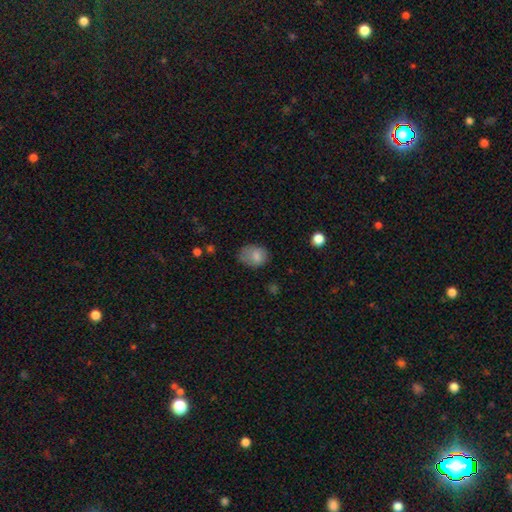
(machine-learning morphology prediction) This appears to be a smooth galaxy with no disk features (81%) that is in between round and cigar-shaped (62%). Merging: none (59%).